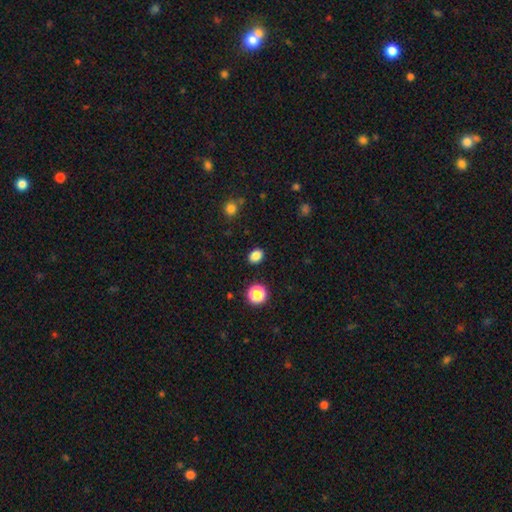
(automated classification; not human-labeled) Morphology: type=smooth (85%); roundness=in between (59%); merging=none (89%).